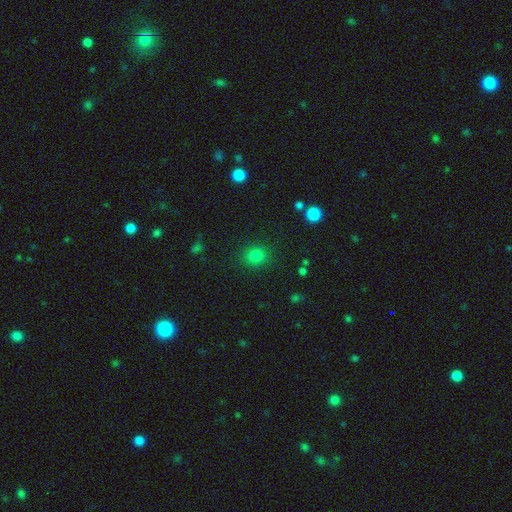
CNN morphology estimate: A smooth galaxy with no disk features (81%) that is round (82%).

Vote fractions:
- Smooth or featured? smooth: 81% / star or artifact: 14% / featured or disk: 5%
- How rounded? round: 82% / in between: 17% / cigar-shaped: 1%
- Merging? none: 88% / minor disturbance: 8% / major disturbance: 3% / merger: 2%